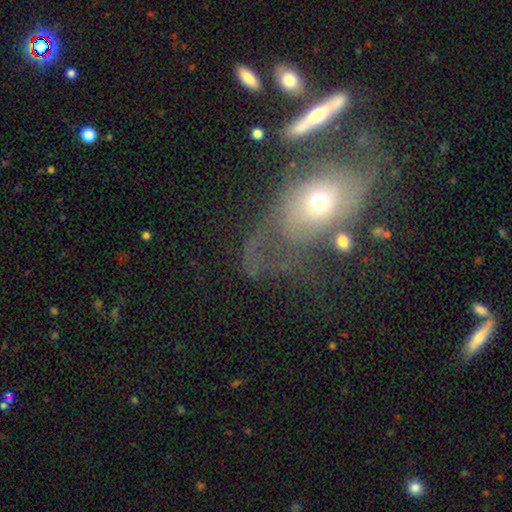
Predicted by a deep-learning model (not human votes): Smooth or featured: featured or disk — 62% (smooth — 26%)
Edge-on disk: no — 88% (yes — 12%)
Bar: no — 80% (weak — 14%)
Spiral arms: yes — 63% (no — 37%)
Bulge size: moderate — 52% (small — 40%)
Merging: none — 42% (major disturbance — 28%)